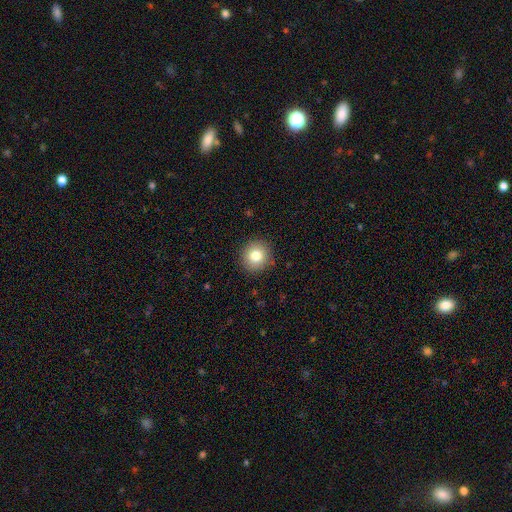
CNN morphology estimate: smooth-or-featured: smooth: 80% | star or artifact: 10% | featured or disk: 9%
  how-rounded: round: 92% | in between: 8% | cigar-shaped: 1%
  merging: none: 91% | minor disturbance: 6% | major disturbance: 2% | merger: 1%